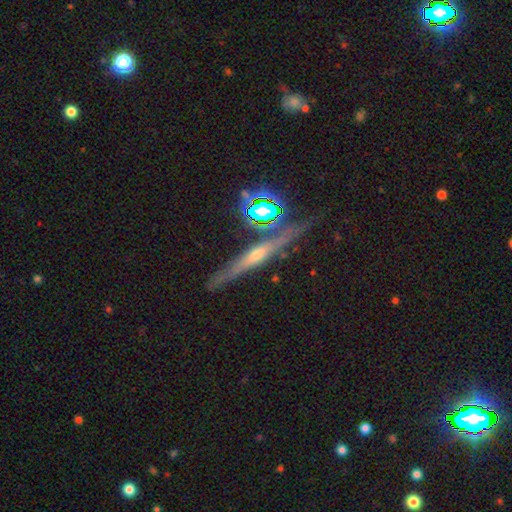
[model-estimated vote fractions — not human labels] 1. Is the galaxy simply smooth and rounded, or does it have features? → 64% featured or disk, 22% smooth, 14% star or artifact.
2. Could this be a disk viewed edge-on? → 93% yes, 7% no.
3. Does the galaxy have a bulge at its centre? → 65% rounded, 22% none, 14% boxy.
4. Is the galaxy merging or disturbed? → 81% none, 12% minor disturbance, 3% merger, 3% major disturbance.